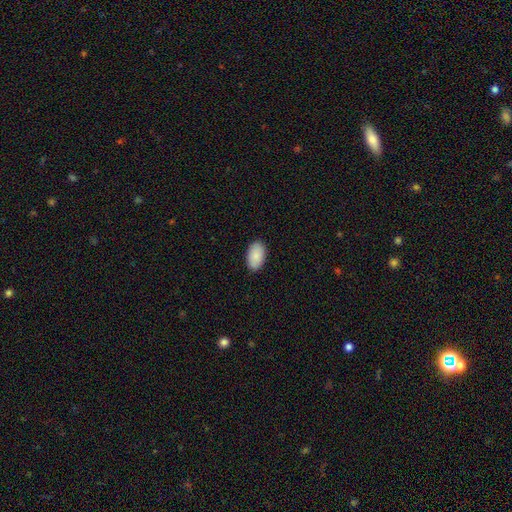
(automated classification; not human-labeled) This is clearly a smooth galaxy (89%). How rounded: clearly in between (95%). Merging: clearly none (89%).